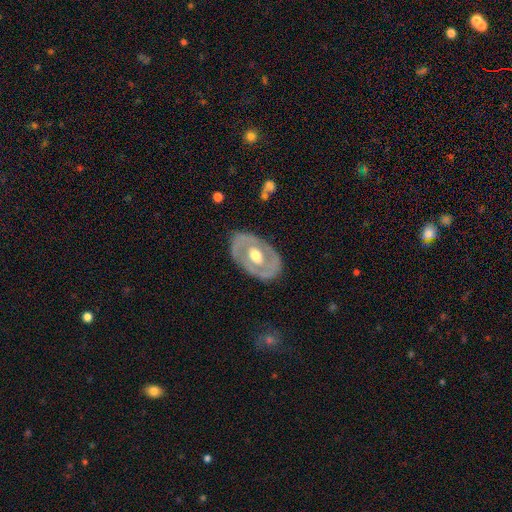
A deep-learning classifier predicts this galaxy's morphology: A featured or disk galaxy (67%) with no bar (72%), no spiral arms (74%) and a moderate central bulge (68%).

Vote fractions:
- Smooth or featured? featured or disk: 67% / smooth: 28% / star or artifact: 5%
- Edge-on disk? no: 91% / yes: 9%
- Bar? no: 72% / weak: 21% / strong: 7%
- Spiral arms? no: 74% / yes: 26%
- Bulge size? moderate: 68% / large: 23% / small: 7% / dominant: 1% / none: 1%
- Merging? none: 79% / minor disturbance: 15% / major disturbance: 5% / merger: 1%